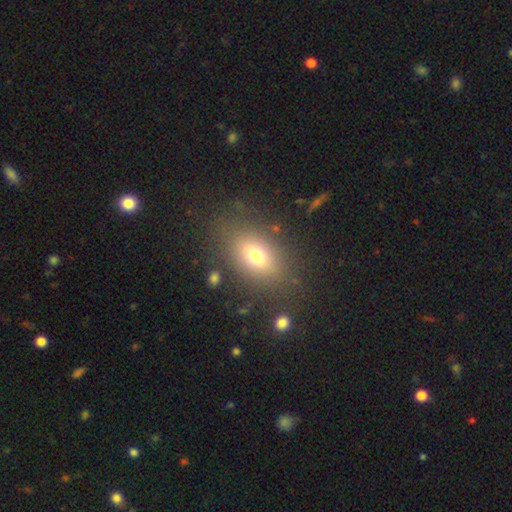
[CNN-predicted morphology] A smooth galaxy with no disk features (71%) that is in between round and cigar-shaped (80%). Merging: none (79%).